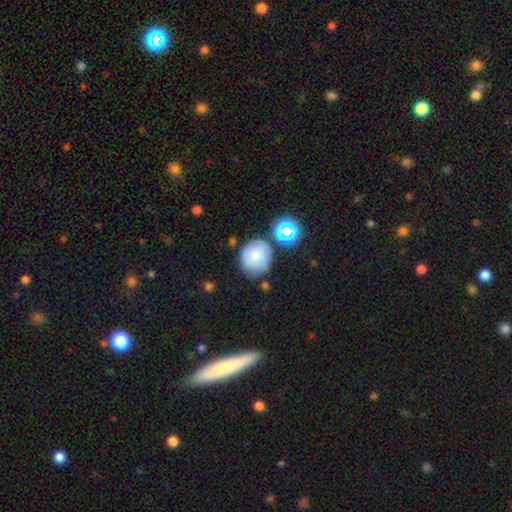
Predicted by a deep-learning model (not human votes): The model was most divided on "merging": none: 66%, minor disturbance: 20%, merger: 9%, major disturbance: 6%. More confident: how rounded — round (81%); smooth or featured — smooth (71%).